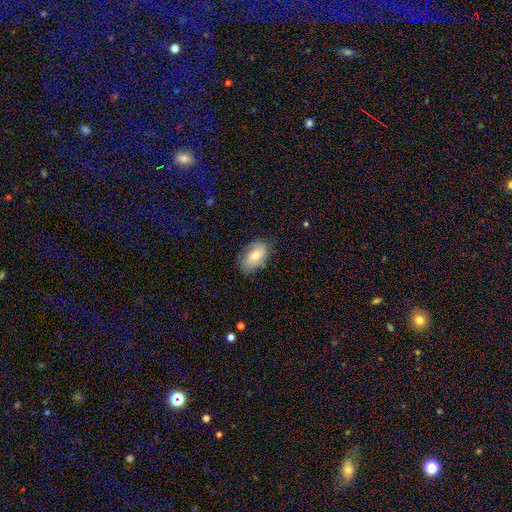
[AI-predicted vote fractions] Overall: smooth (55%; featured or disk 38%). How rounded: in between (90%). Merging: none (74%).